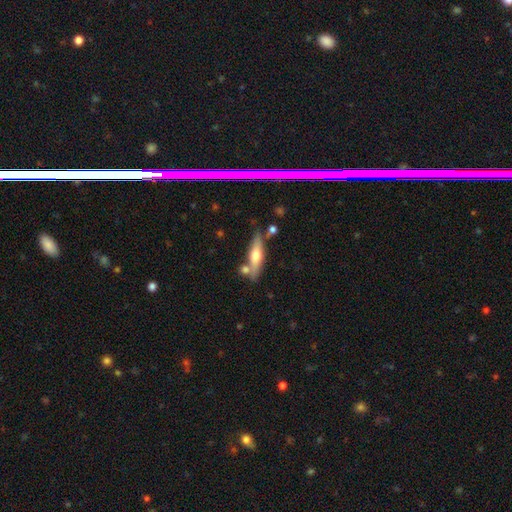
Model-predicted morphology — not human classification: Smooth or featured? Predicted: featured or disk (p=0.48). Merging? Predicted: none (p=0.67).